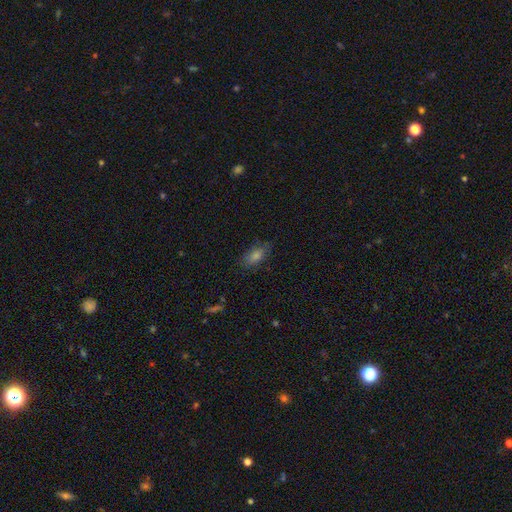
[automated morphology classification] smooth_or_featured: smooth (p=0.65) [alt: star or artifact p=0.19]
how_rounded: in between (p=0.80) [alt: cigar-shaped p=0.13]
merging: none (p=0.81) [alt: minor disturbance p=0.14]